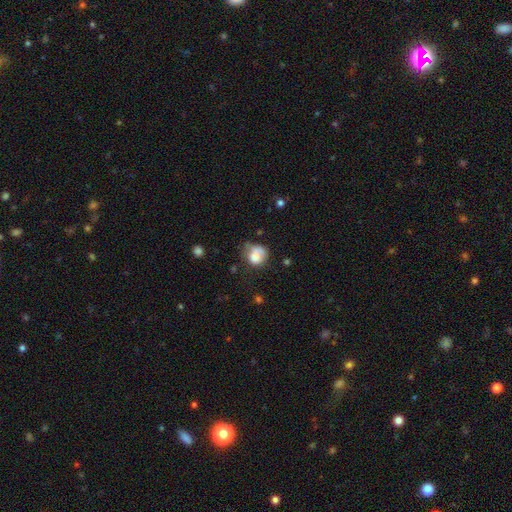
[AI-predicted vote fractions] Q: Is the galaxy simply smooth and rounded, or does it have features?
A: smooth — 74%.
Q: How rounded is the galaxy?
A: round — 64%.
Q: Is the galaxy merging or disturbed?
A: none — 35%.